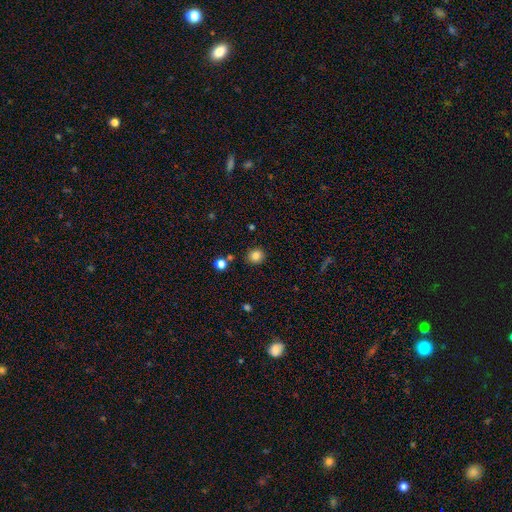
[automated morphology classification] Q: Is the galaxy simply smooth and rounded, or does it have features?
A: smooth — 83%.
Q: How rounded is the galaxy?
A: round — 87%.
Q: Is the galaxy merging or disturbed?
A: none — 87%.